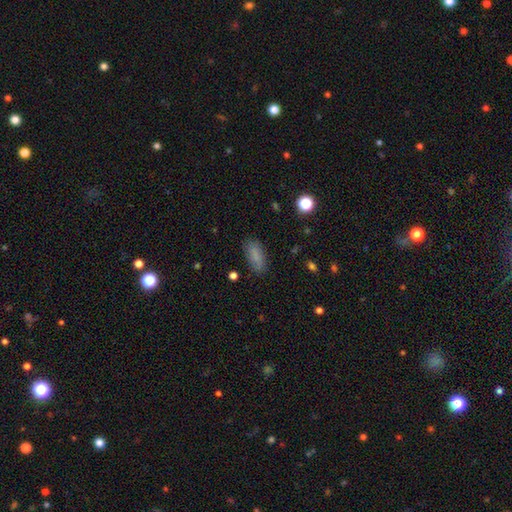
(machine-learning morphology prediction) This appears to be a smooth galaxy with no disk features (82%) that is in between round and cigar-shaped (80%). Merging: none (81%).